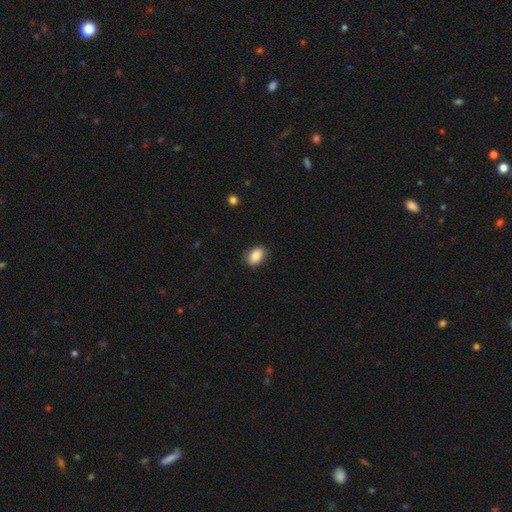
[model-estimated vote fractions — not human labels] A smooth galaxy with no disk features (87%) that is in between round and cigar-shaped (83%).

Vote fractions:
- Smooth or featured? smooth: 87% / star or artifact: 8% / featured or disk: 5%
- How rounded? in between: 83% / round: 15% / cigar-shaped: 1%
- Merging? none: 87% / minor disturbance: 9% / major disturbance: 2% / merger: 1%